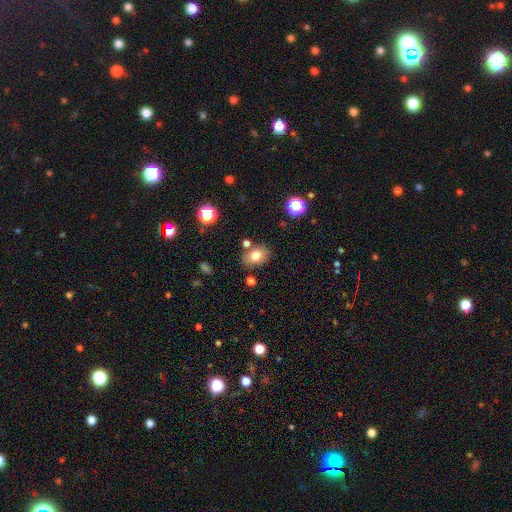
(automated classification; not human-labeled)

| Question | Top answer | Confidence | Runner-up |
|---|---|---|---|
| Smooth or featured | smooth | 79% | featured or disk (11%) |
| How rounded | in between | 75% | round (24%) |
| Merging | none | 77% | minor disturbance (13%) |